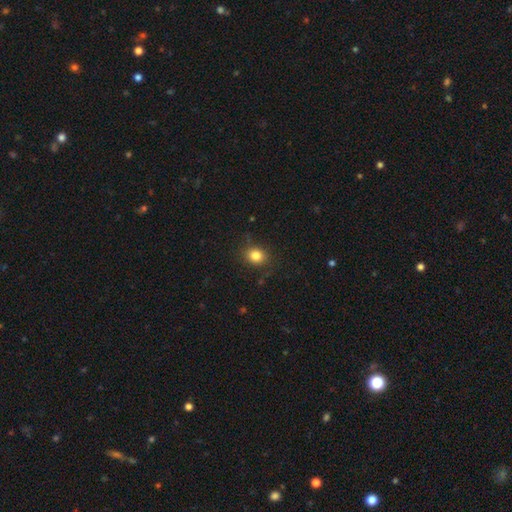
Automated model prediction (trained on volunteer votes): The model was most divided on "how rounded": round: 66%, in between: 33%, cigar-shaped: 1%. More confident: merging — none (83%); smooth or featured — smooth (82%).